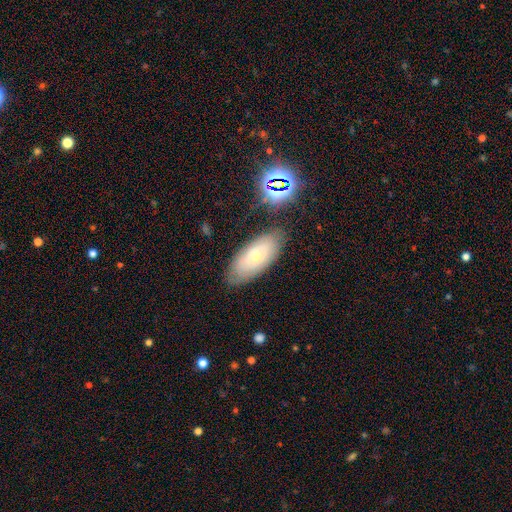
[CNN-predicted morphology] Smooth or featured? Predicted: smooth (p=0.52). How rounded? Predicted: in between (p=0.87). Merging? Predicted: none (p=0.77).